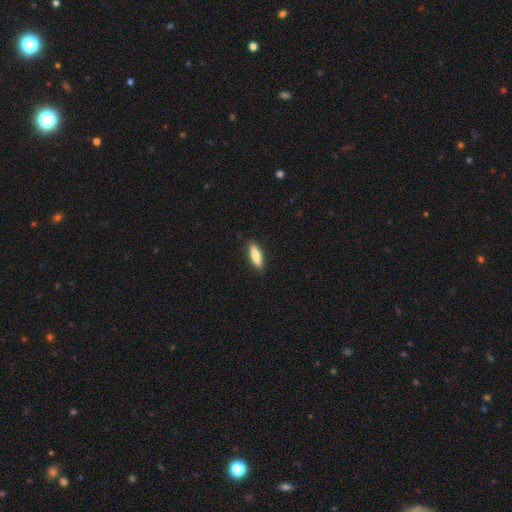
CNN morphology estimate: Q: Smooth or featured?
A: smooth (79%); runner-up: featured or disk (16%)
Q: How rounded?
A: cigar-shaped (57%); runner-up: in between (41%)
Q: Merging?
A: none (88%); runner-up: minor disturbance (9%)